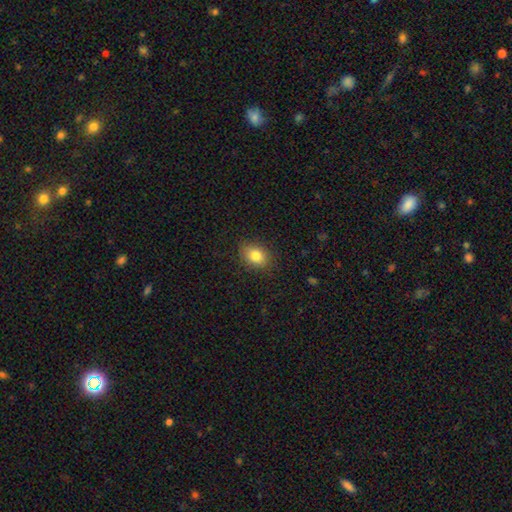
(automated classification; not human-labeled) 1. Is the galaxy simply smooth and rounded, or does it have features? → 82% smooth, 10% star or artifact, 8% featured or disk.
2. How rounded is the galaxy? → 62% in between, 37% round, 1% cigar-shaped.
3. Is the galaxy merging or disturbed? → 85% none, 11% minor disturbance, 3% major disturbance, 1% merger.